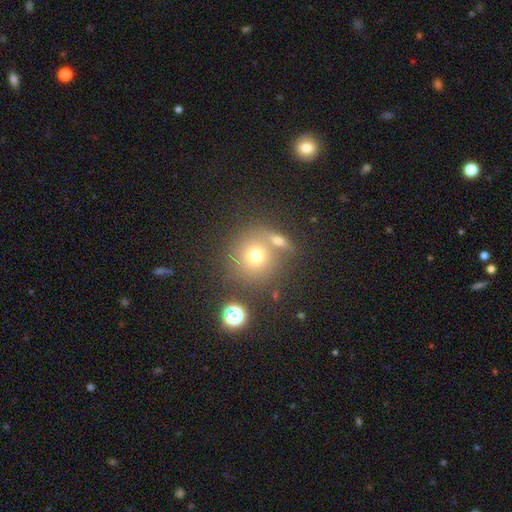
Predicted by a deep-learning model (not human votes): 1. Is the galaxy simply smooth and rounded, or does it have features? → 69% smooth, 16% star or artifact, 15% featured or disk.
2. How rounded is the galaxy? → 90% round, 9% in between, 1% cigar-shaped.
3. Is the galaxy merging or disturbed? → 63% none, 23% merger, 10% minor disturbance, 4% major disturbance.